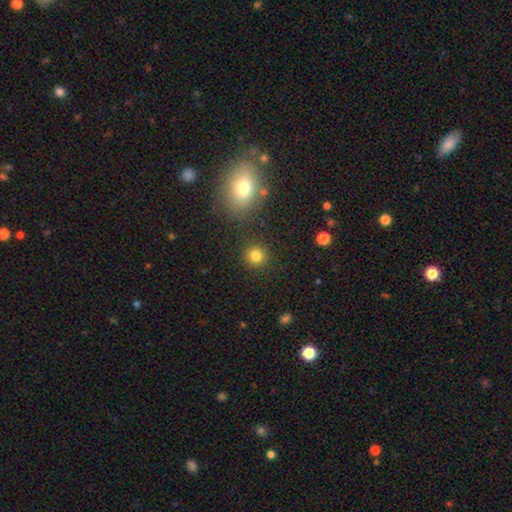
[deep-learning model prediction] smooth_or_featured: smooth (p=0.81) [alt: star or artifact p=0.13]
how_rounded: round (p=0.91) [alt: in between p=0.08]
merging: none (p=0.89) [alt: minor disturbance p=0.06]